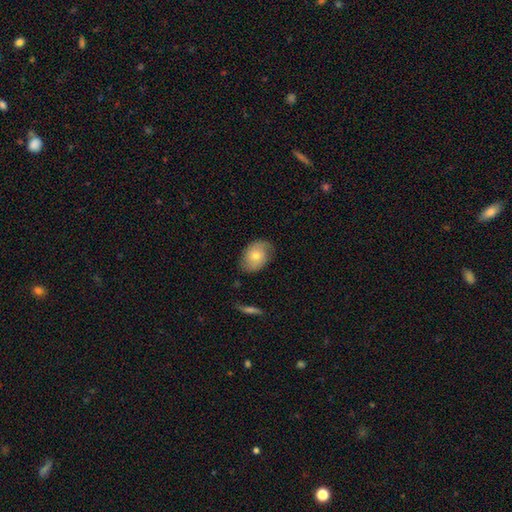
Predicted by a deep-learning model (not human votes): The model was most divided on "smooth or featured": smooth: 59%, featured or disk: 33%, star or artifact: 8%. More confident: how rounded — in between (73%); merging — none (69%).